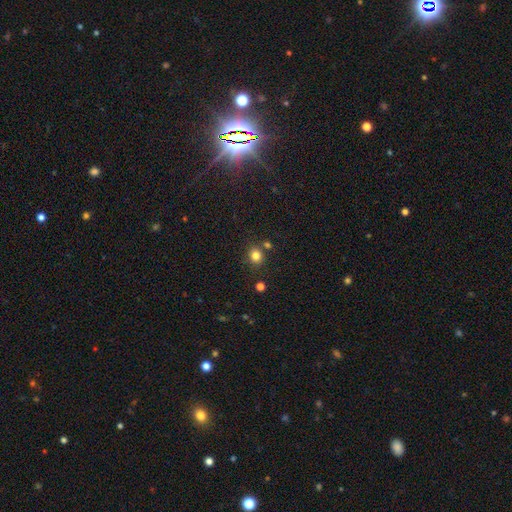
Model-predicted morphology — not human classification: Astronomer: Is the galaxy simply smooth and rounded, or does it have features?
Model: smooth — 81%.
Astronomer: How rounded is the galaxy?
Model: round — 76%.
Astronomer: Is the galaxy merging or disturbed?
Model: none — 78%.